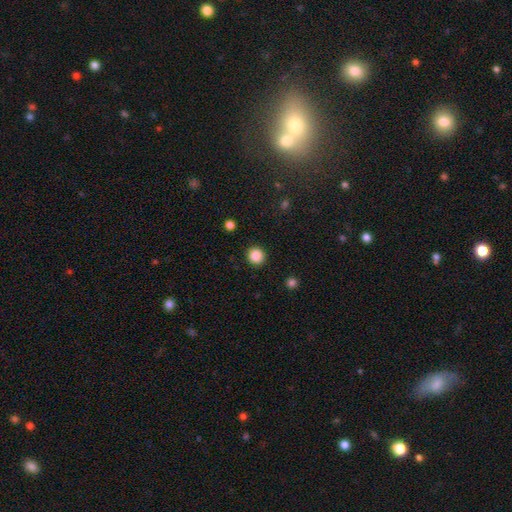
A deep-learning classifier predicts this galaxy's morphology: Smooth or featured?
  - smooth: 87% *
  - star or artifact: 10%
  - featured or disk: 3%
How rounded?
  - round: 92% *
  - in between: 7%
  - cigar-shaped: 1%
Merging?
  - none: 91% *
  - minor disturbance: 5%
  - major disturbance: 2%
  - merger: 1%